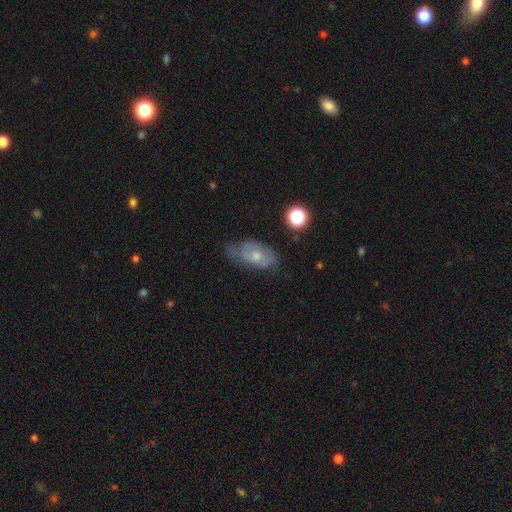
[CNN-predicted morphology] type=featured or disk (50%); edge-on=no (91%); merging=none (47%).